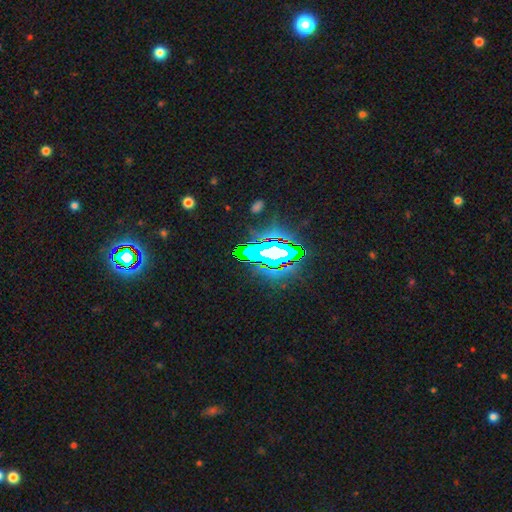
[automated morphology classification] A star or artifact, not a galaxy (68%).